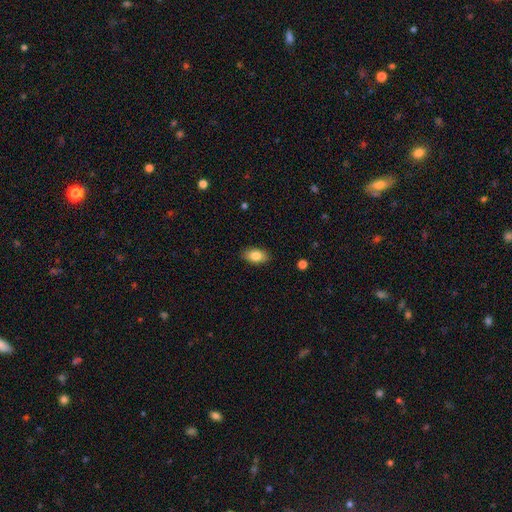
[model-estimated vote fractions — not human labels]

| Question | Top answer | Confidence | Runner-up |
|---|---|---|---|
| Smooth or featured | smooth | 85% | featured or disk (8%) |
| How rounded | in between | 91% | round (7%) |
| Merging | none | 87% | minor disturbance (9%) |